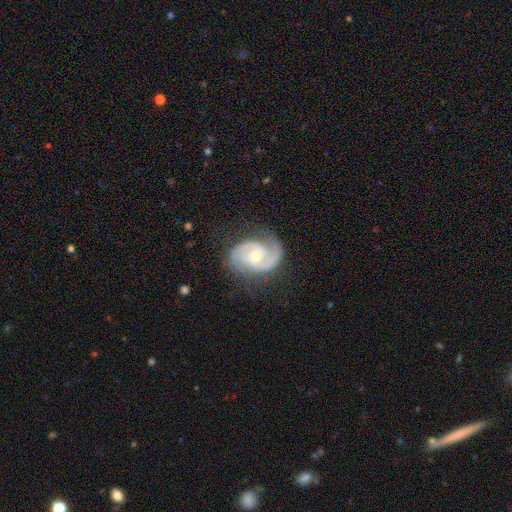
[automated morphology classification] A featured or disk galaxy (90%) with no bar (59%), 2 (87%) medium (48%) spiral arms (98%) and a small central bulge (49%). Merging: none (73%).